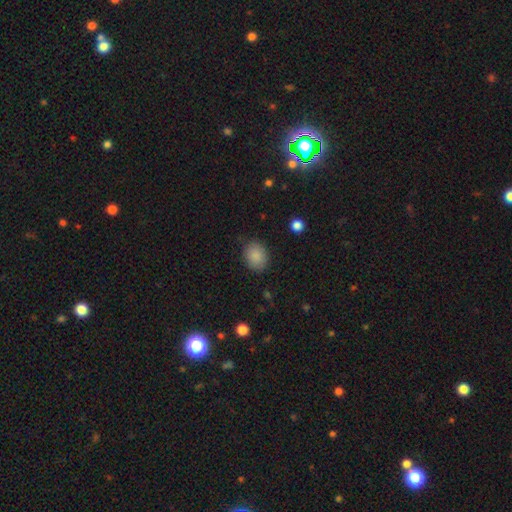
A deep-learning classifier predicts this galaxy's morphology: Smooth or featured: smooth — 87% (star or artifact — 8%)
How rounded: in between — 52% (round — 47%)
Merging: none — 83% (minor disturbance — 12%)